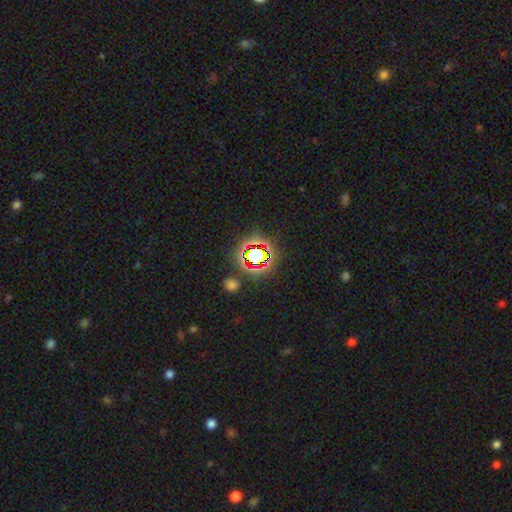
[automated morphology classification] smooth-or-featured: star or artifact: 67% | smooth: 21% | featured or disk: 11%